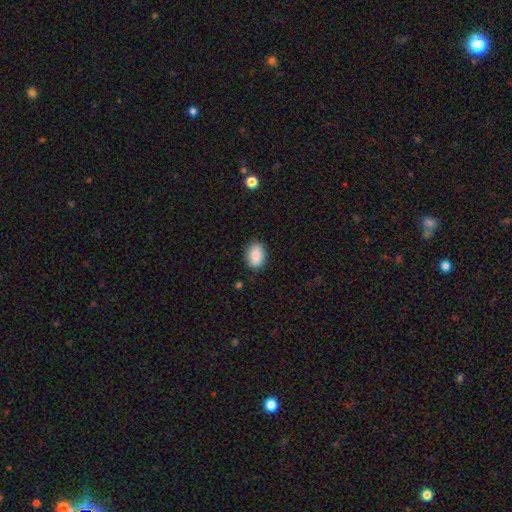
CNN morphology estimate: The model was most divided on "how rounded": in between: 85%, round: 14%, cigar-shaped: 1%. More confident: smooth or featured — smooth (88%); merging — none (86%).